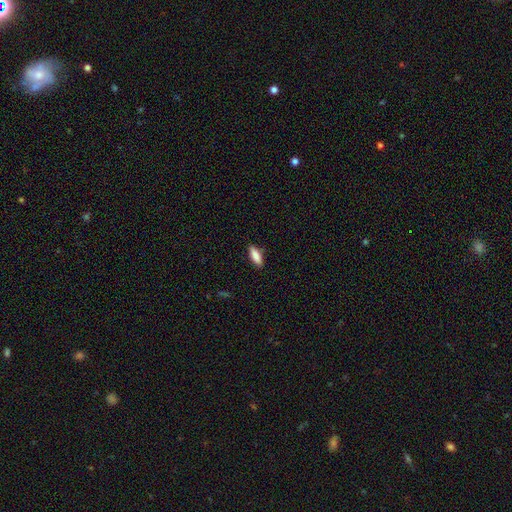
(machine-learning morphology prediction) smooth_or_featured: smooth (p=0.86) [alt: featured or disk p=0.08]
how_rounded: in between (p=0.62) [alt: cigar-shaped p=0.36]
merging: none (p=0.87) [alt: minor disturbance p=0.10]